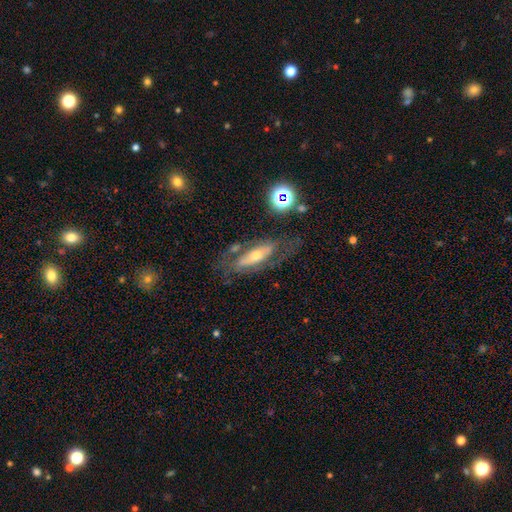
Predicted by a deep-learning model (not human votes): smooth_or_featured: featured or disk (p=0.63) [alt: smooth p=0.27]
disk_edge_on: no (p=0.72) [alt: yes p=0.28]
merging: none (p=0.60) [alt: minor disturbance p=0.19]